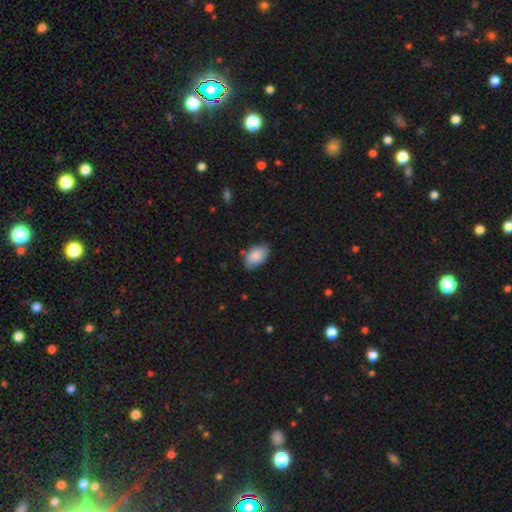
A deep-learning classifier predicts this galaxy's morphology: A smooth galaxy with no disk features (80%) that is in between round and cigar-shaped (92%).

Vote fractions:
- Smooth or featured? smooth: 80% / featured or disk: 13% / star or artifact: 7%
- How rounded? in between: 92% / round: 6% / cigar-shaped: 1%
- Merging? none: 71% / minor disturbance: 24% / major disturbance: 4% / merger: 2%